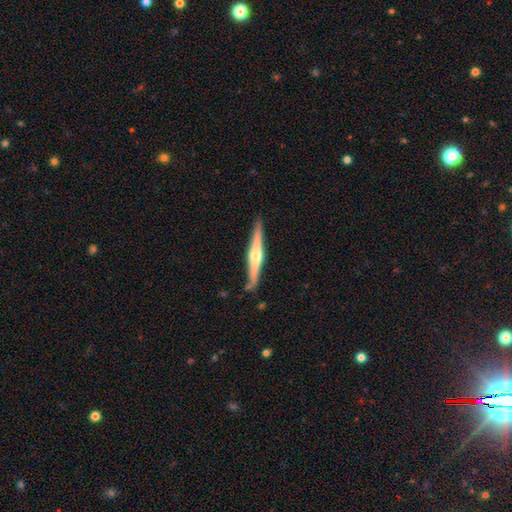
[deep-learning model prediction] Overall: featured or disk (71%). Edge-on disk: yes (98%). Edge-on bulge: rounded (86%). Merging: none (86%).